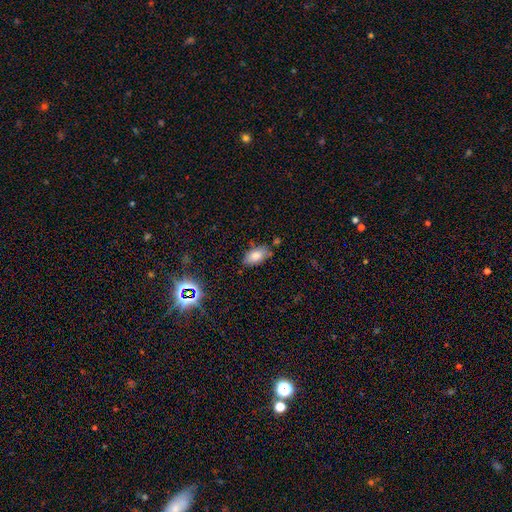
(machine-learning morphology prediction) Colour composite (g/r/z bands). It shows a smooth galaxy with no disk features (79%) that is in between round and cigar-shaped (91%). Merging: none (75%).